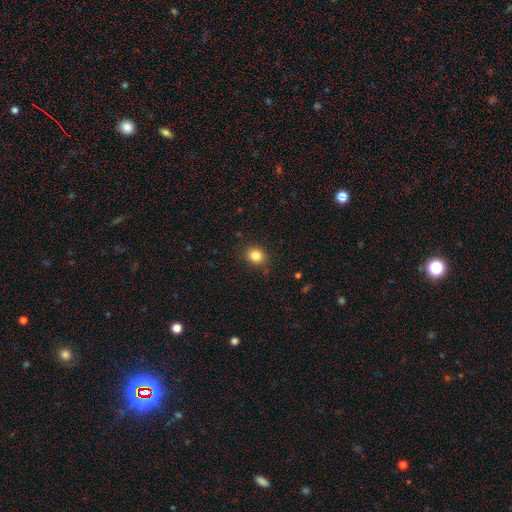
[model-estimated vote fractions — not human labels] Morphology: type=smooth (84%); roundness=round (74%); merging=none (86%).